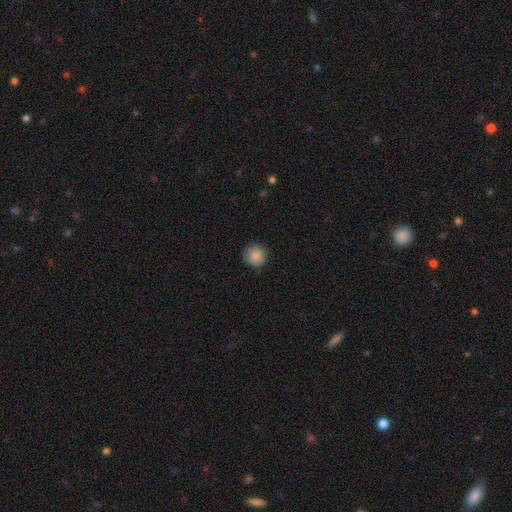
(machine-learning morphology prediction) A smooth galaxy with no disk features (86%) that is round (94%). Merging: none (87%).